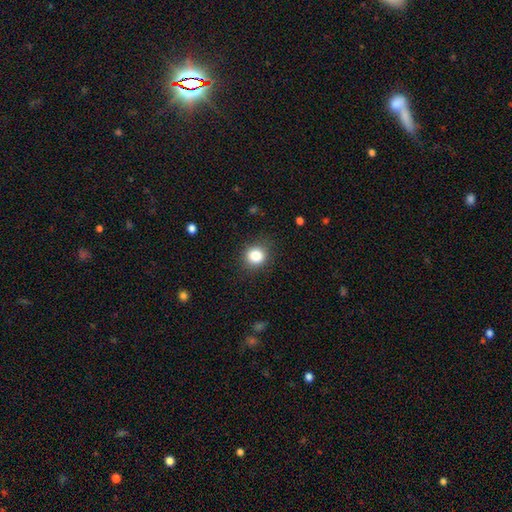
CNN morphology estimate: Smooth or featured?
  - smooth: 85% *
  - star or artifact: 10%
  - featured or disk: 5%
How rounded?
  - round: 85% *
  - in between: 14%
  - cigar-shaped: 1%
Merging?
  - none: 86% *
  - minor disturbance: 10%
  - major disturbance: 3%
  - merger: 1%